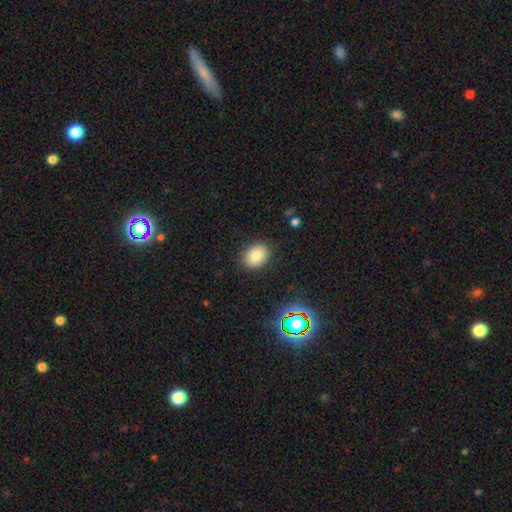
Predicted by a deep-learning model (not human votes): smooth 82%, star or artifact 10%, featured or disk 8%. Down the decision tree: how rounded — in between (64%); merging — none (88%).